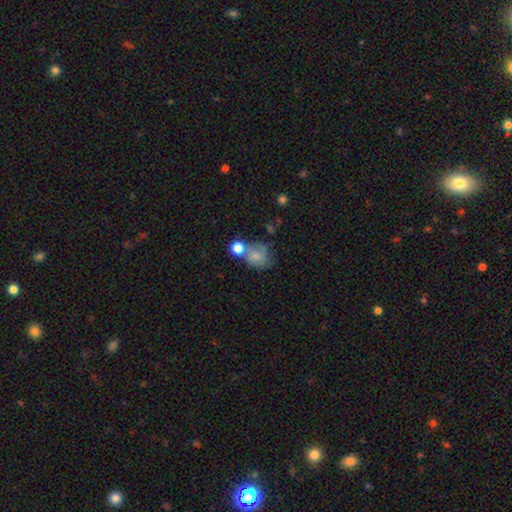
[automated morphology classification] smooth_or_featured: smooth (p=0.69) [alt: featured or disk p=0.20]
how_rounded: round (p=0.58) [alt: in between p=0.41]
merging: merger (p=0.34) [alt: none p=0.32]